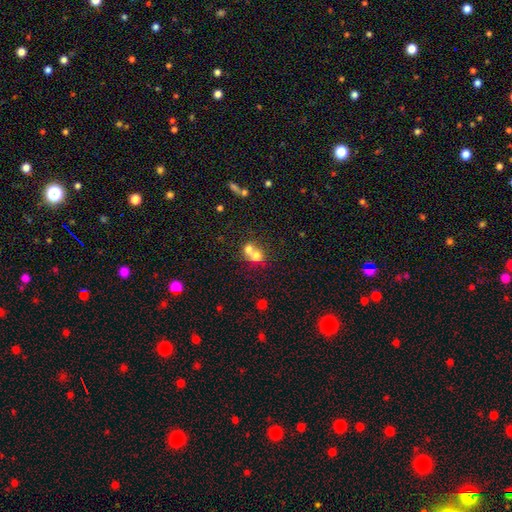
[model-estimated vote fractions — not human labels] Smooth or featured: smooth — 67% (featured or disk — 21%)
How rounded: round — 73% (in between — 26%)
Merging: merger — 69% (none — 23%)